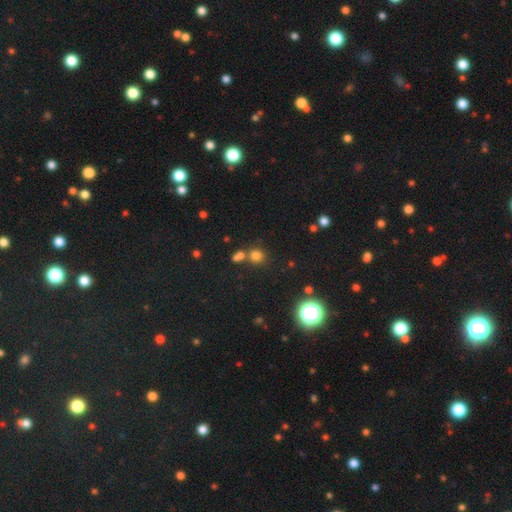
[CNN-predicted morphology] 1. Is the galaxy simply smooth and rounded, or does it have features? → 71% smooth, 22% star or artifact, 7% featured or disk.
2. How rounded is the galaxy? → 85% round, 14% in between, 1% cigar-shaped.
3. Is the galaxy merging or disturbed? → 63% none, 25% merger, 8% minor disturbance, 4% major disturbance.